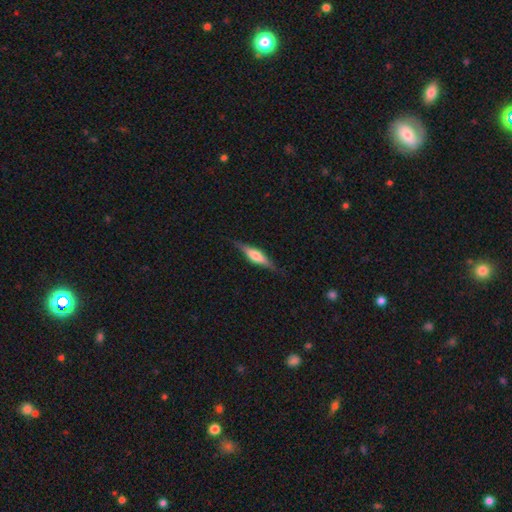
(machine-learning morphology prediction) A featured or disk galaxy (57%) viewed edge-on (95%) with a rounded central bulge (77%).

Vote fractions:
- Smooth or featured? featured or disk: 57% / smooth: 37% / star or artifact: 6%
- Edge-on disk? yes: 95% / no: 5%
- Edge-on bulge? rounded: 77% / boxy: 18% / none: 6%
- Merging? none: 84% / minor disturbance: 12% / major disturbance: 3% / merger: 1%